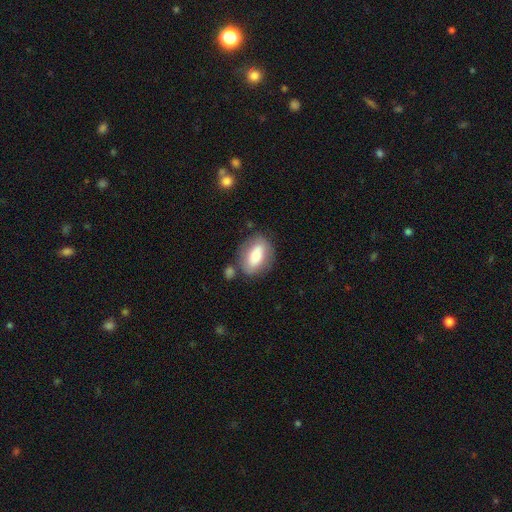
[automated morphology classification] Overall: smooth (67%). How rounded: in between (86%). Merging: none (71%).